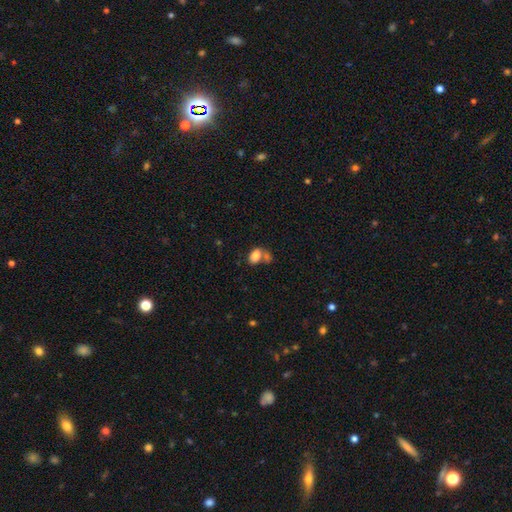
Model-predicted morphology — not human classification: Smooth or featured? smooth (81%)
How rounded? in between (87%)
Merging? merger (46%)